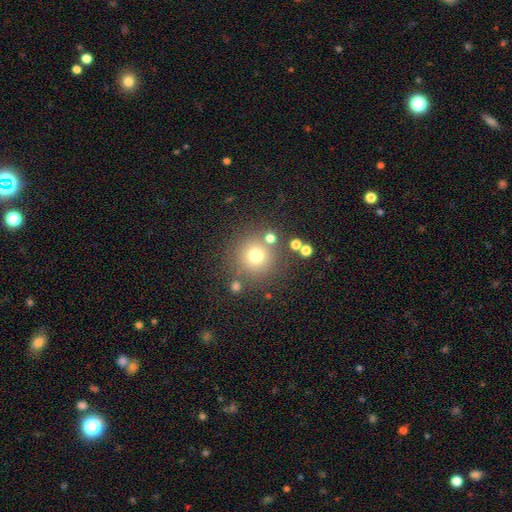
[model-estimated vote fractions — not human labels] This is likely a smooth galaxy (73%). How rounded: clearly round (95%). Merging: likely none (80%).